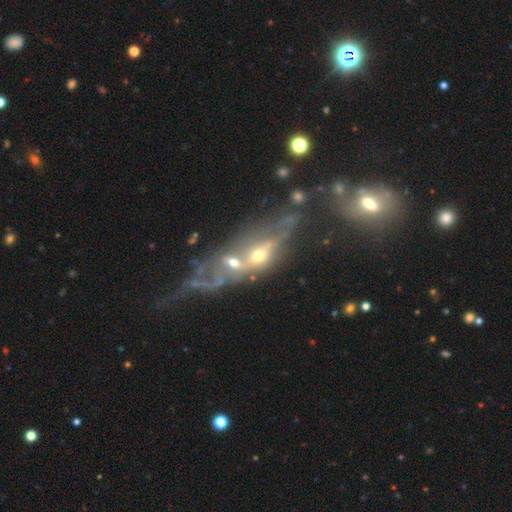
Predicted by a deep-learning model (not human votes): Morphology: type=featured or disk (60%); edge-on=no (76%); merging=merger (52%).